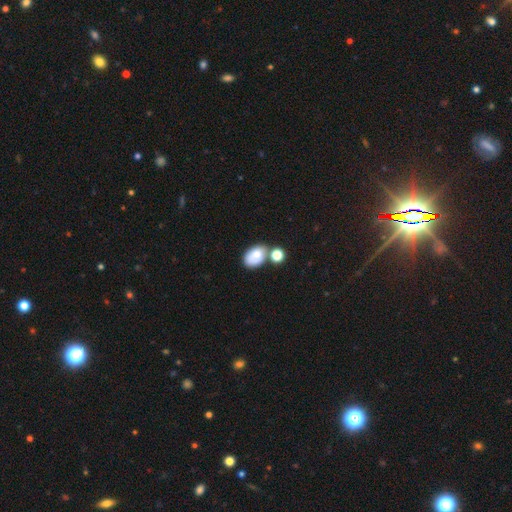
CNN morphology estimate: Q: Smooth or featured?
A: smooth (79%); runner-up: featured or disk (12%)
Q: How rounded?
A: in between (84%); runner-up: round (14%)
Q: Merging?
A: none (48%); runner-up: merger (30%)